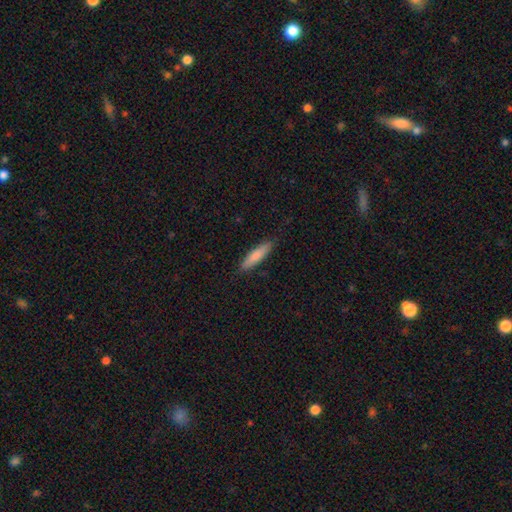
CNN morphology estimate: Smooth or featured? Predicted: smooth (p=0.79). How rounded? Predicted: cigar-shaped (p=0.81). Merging? Predicted: none (p=0.88).